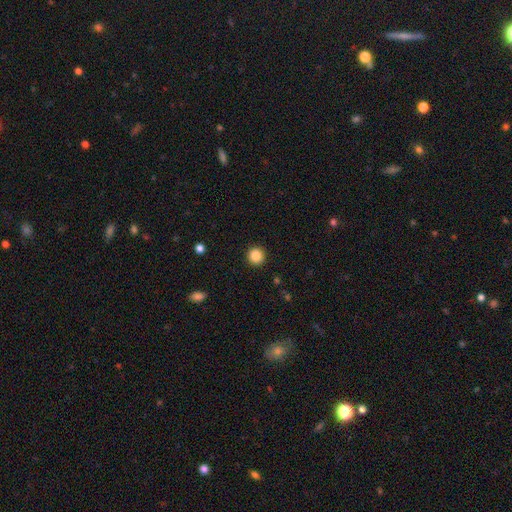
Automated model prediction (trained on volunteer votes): Smooth or featured? smooth (87%)
How rounded? round (95%)
Merging? none (92%)